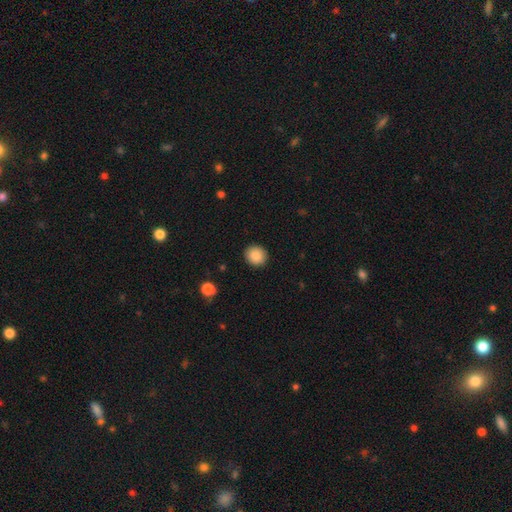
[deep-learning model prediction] Q: Smooth or featured?
A: smooth (87%); runner-up: star or artifact (8%)
Q: How rounded?
A: round (82%); runner-up: in between (17%)
Q: Merging?
A: none (91%); runner-up: minor disturbance (6%)